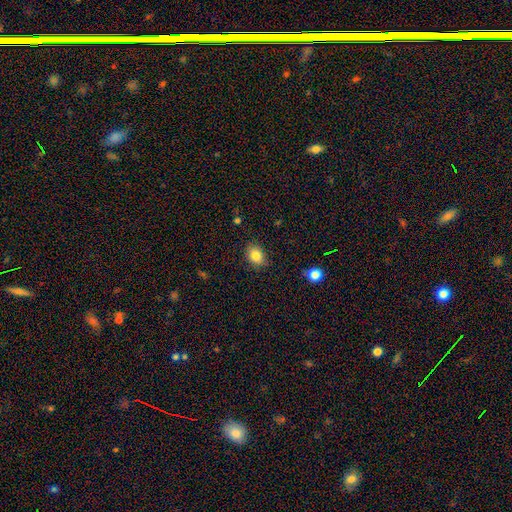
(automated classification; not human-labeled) A smooth galaxy with no disk features (84%) that is in between round and cigar-shaped (65%). Merging: none (84%).